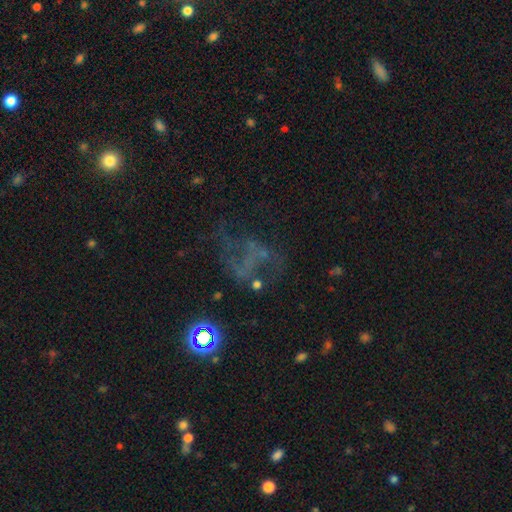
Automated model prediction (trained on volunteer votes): Smooth or featured?
  - featured or disk: 43% *
  - star or artifact: 36%
  - smooth: 21%
Merging?
  - none: 43% *
  - major disturbance: 35%
  - minor disturbance: 16%
  - merger: 6%